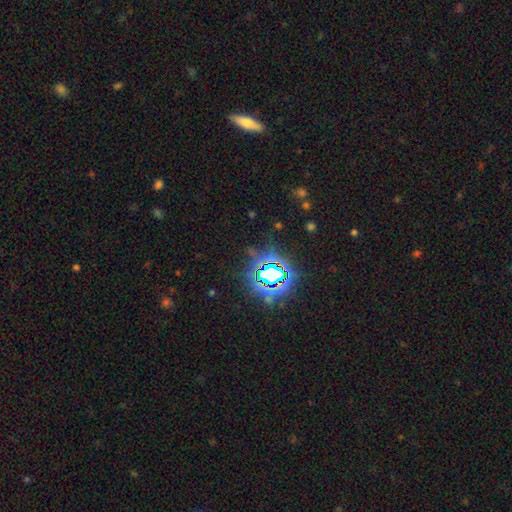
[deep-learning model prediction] The model was most divided on "smooth or featured": star or artifact: 78%, smooth: 14%, featured or disk: 8%.